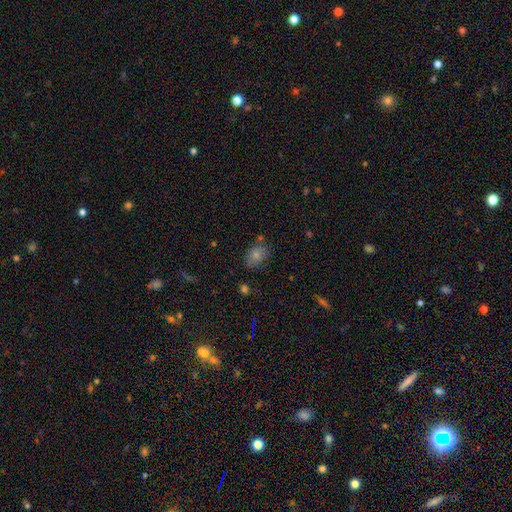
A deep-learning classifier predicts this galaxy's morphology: smooth_or_featured: smooth (p=0.68) [alt: star or artifact p=0.20]
how_rounded: in between (p=0.70) [alt: round p=0.29]
merging: none (p=0.77) [alt: minor disturbance p=0.15]